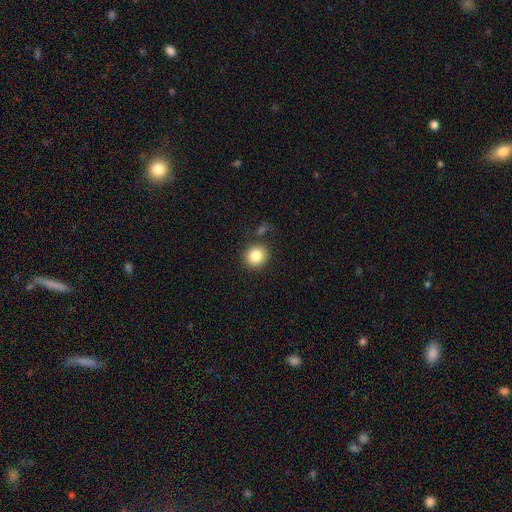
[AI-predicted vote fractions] Smooth or featured? Predicted: smooth (p=0.84). How rounded? Predicted: round (p=0.86). Merging? Predicted: none (p=0.84).